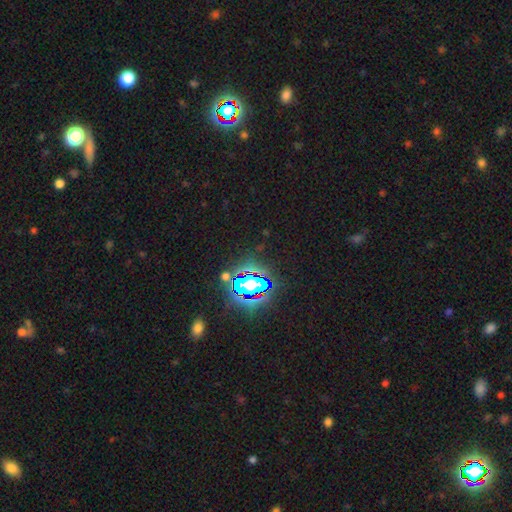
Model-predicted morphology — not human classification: The model was most divided on "smooth or featured": star or artifact: 81%, smooth: 12%, featured or disk: 7%.